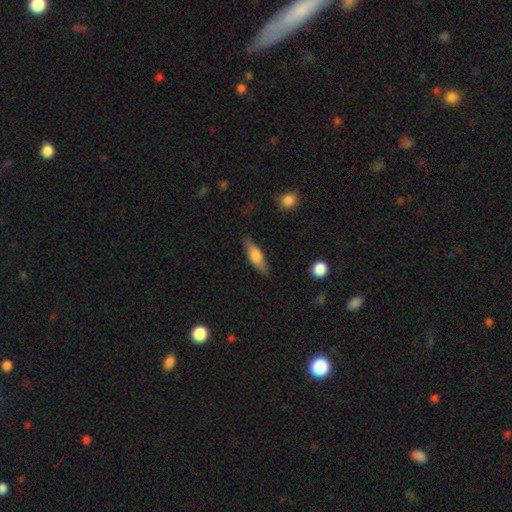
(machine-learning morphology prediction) Smooth or featured? Predicted: smooth (p=0.62). How rounded? Predicted: cigar-shaped (p=0.53). Merging? Predicted: none (p=0.82).